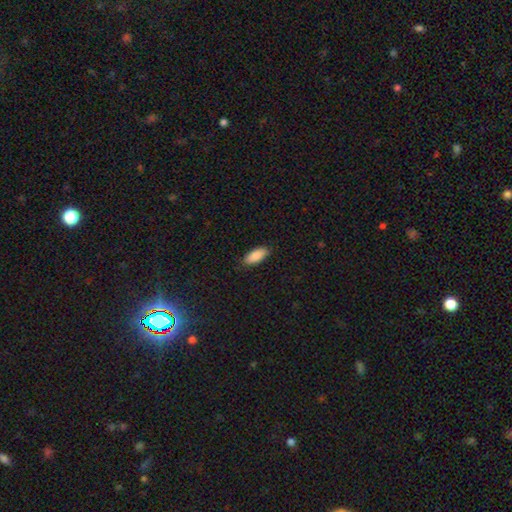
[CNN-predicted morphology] This is clearly a smooth galaxy (89%). How rounded: clearly in between (86%). Merging: clearly none (86%).